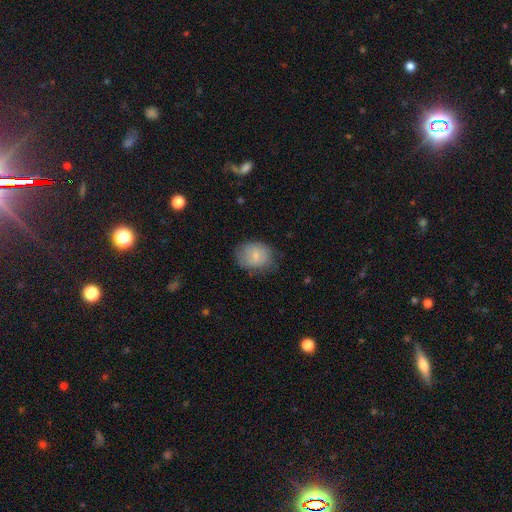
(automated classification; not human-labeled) Morphology: type=smooth (77%); roundness=round (52%); merging=none (71%).